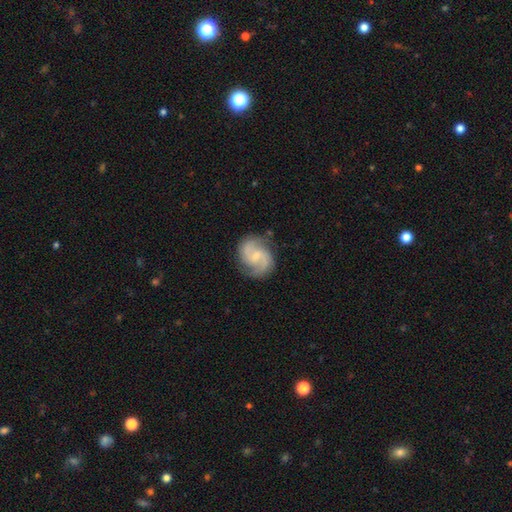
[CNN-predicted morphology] Smooth or featured: featured or disk — 86% (smooth — 9%)
Edge-on disk: no — 98% (yes — 2%)
Bar: weak — 52% (no — 37%)
Spiral arms: yes — 97% (no — 3%)
Spiral winding: medium — 56% (tight — 22%)
Spiral arm count: 2 — 90% (can't tell — 3%)
Bulge size: small — 61% (moderate — 26%)
Merging: none — 79% (minor disturbance — 15%)